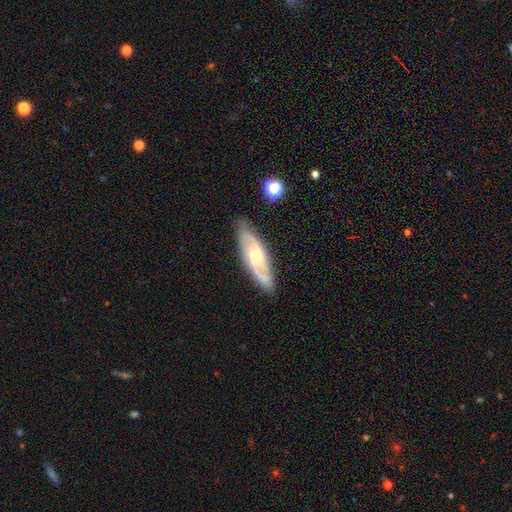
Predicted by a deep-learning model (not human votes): featured or disk 69%, smooth 25%, star or artifact 6%. Down the decision tree: edge-on disk — no (79%); bar — no (56%); spiral arms — yes (90%); bulge size — moderate (55%); merging — none (81%).